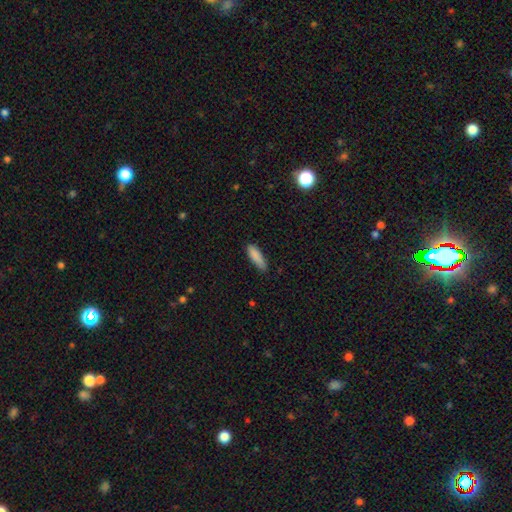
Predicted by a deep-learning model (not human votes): This appears to be a smooth galaxy with no disk features (87%) that is cigar-shaped (58%). Merging: none (76%).